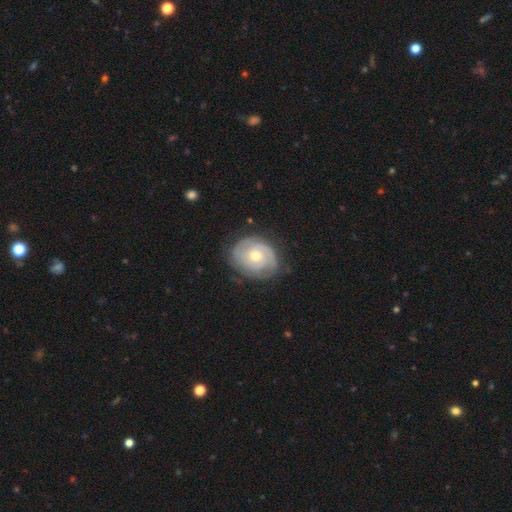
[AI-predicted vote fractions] smooth-or-featured: featured or disk: 75% | smooth: 20% | star or artifact: 5%
  disk-edge-on: no: 97% | yes: 3%
    bar: no: 79% | weak: 18% | strong: 3%
    has-spiral-arms: yes: 90% | no: 10%
      spiral-winding: tight: 70% | medium: 23% | loose: 7%
      spiral-arm-count: 2: 40% | can't tell: 31% | 3: 16% | 1: 6% | 4: 4% | more than 4: 3%
    bulge-size: moderate: 61% | small: 34% | large: 3% | none: 1% | dominant: 1%
  merging: none: 73% | minor disturbance: 20% | major disturbance: 6% | merger: 1%